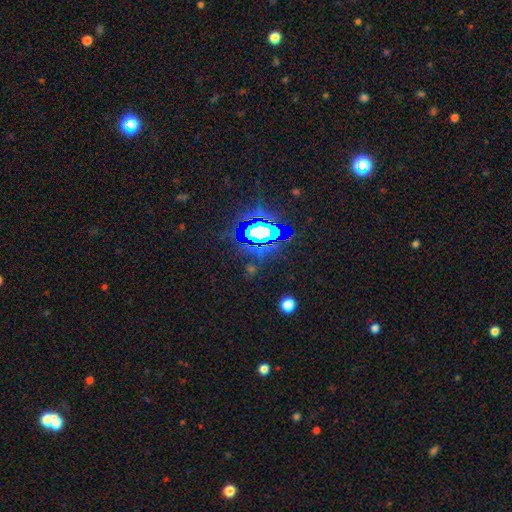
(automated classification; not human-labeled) This appears to be a star or artifact, not a galaxy (73%).